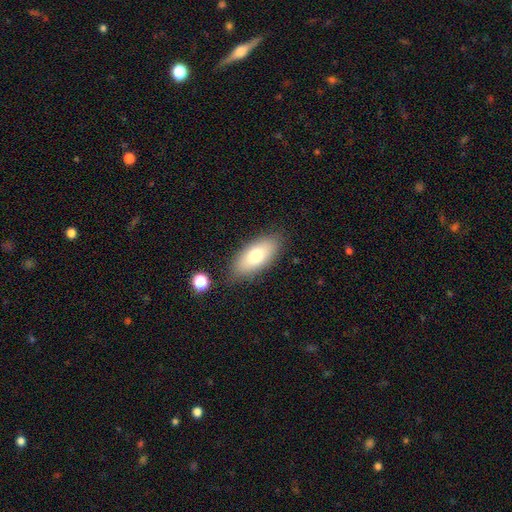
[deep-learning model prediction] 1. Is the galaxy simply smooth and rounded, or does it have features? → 72% smooth, 20% featured or disk, 8% star or artifact.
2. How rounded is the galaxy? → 86% in between, 11% cigar-shaped, 3% round.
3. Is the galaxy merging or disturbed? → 83% none, 12% minor disturbance, 3% major disturbance, 2% merger.